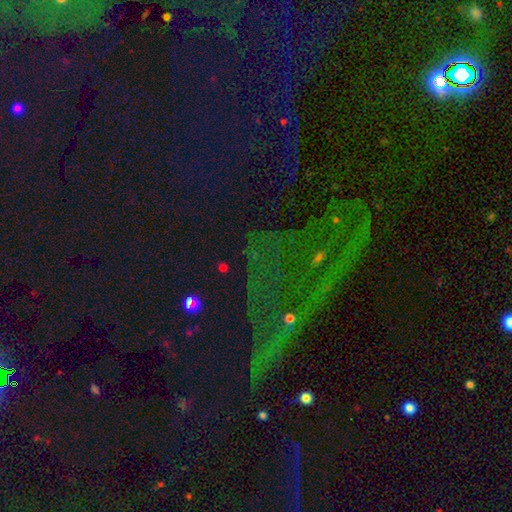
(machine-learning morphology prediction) The model was most divided on "smooth or featured": star or artifact: 79%, smooth: 11%, featured or disk: 10%.